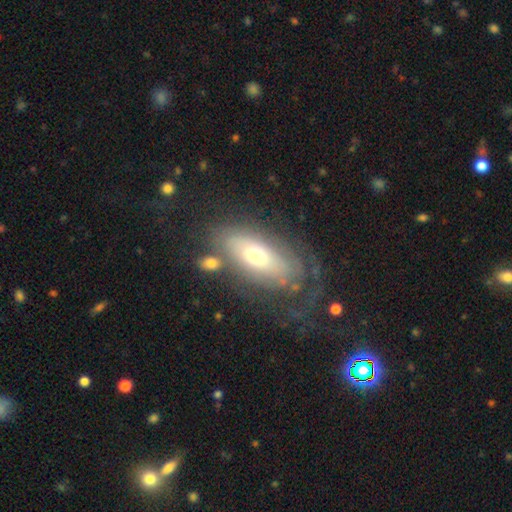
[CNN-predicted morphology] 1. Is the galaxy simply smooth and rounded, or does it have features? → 49% featured or disk, 43% smooth, 7% star or artifact.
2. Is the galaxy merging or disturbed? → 54% none, 21% minor disturbance, 18% major disturbance, 7% merger.